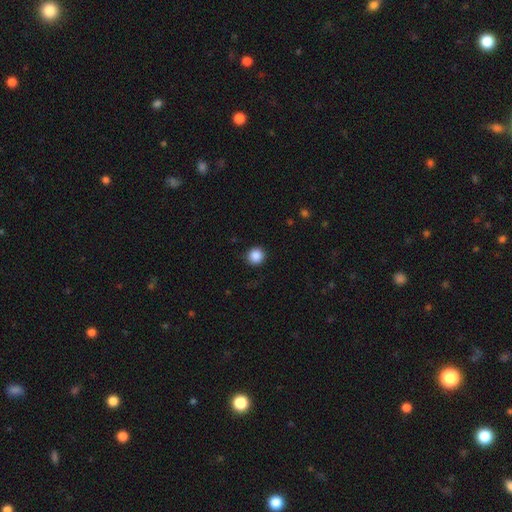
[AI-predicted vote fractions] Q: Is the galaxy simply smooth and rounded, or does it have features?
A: smooth — 88%.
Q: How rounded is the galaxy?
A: round — 94%.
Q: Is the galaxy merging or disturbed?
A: none — 90%.